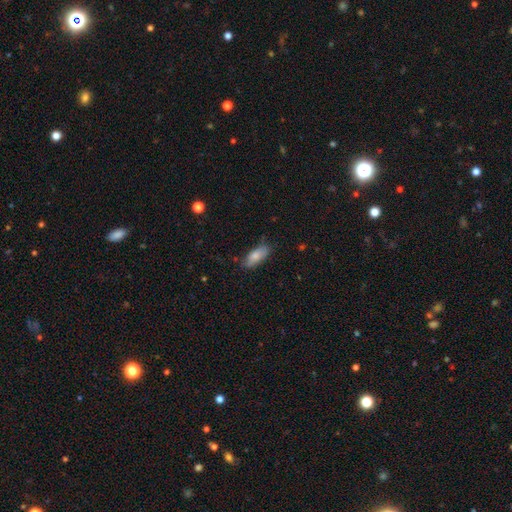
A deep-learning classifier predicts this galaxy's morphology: type=smooth (79%); roundness=in between (76%); merging=none (73%).